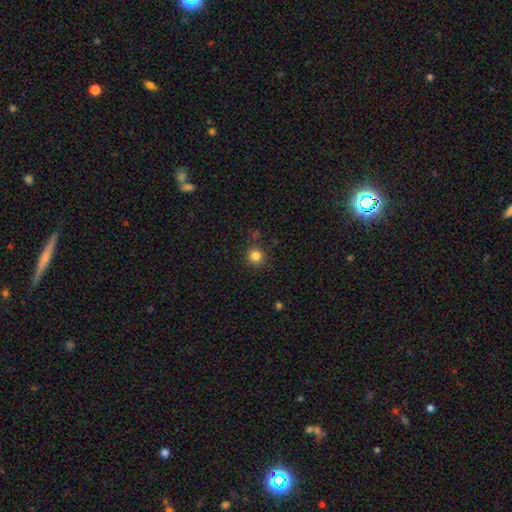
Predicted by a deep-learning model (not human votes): Smooth or featured? smooth (82%)
How rounded? round (93%)
Merging? none (87%)